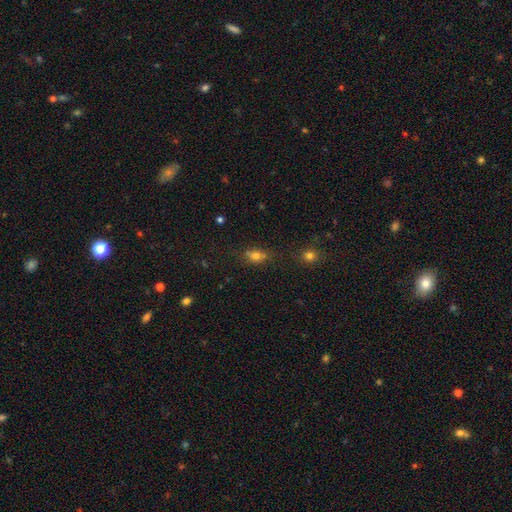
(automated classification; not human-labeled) Smooth or featured? smooth (69%)
How rounded? in between (68%)
Merging? none (62%)